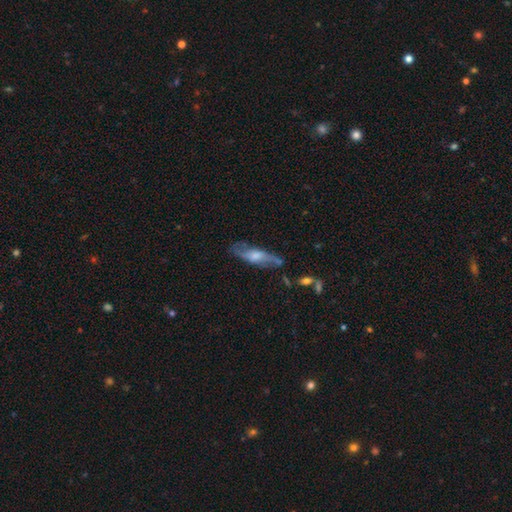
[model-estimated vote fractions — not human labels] Smooth or featured? Predicted: featured or disk (p=0.59). Edge-on disk? Predicted: no (p=0.57). Merging? Predicted: none (p=0.65).